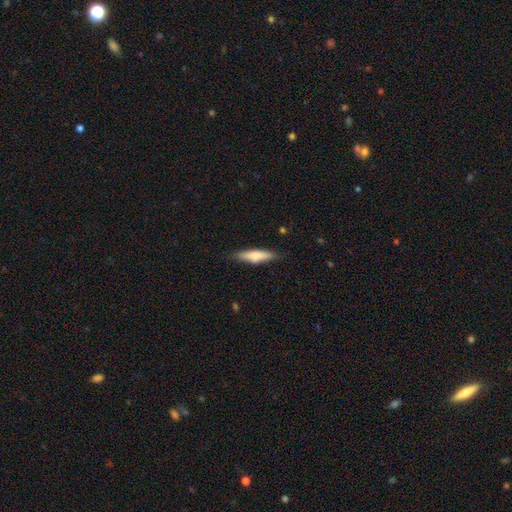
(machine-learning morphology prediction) This appears to be a smooth galaxy with no disk features (73%) that is cigar-shaped (73%). Merging: none (84%).